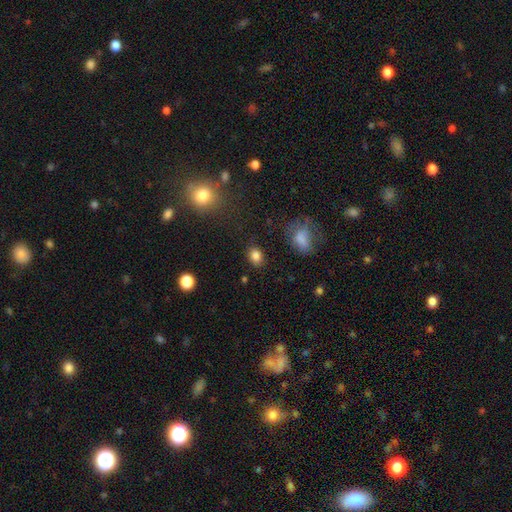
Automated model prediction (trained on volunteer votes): smooth-or-featured: smooth: 84% | star or artifact: 11% | featured or disk: 5%
  how-rounded: in between: 59% | round: 39% | cigar-shaped: 1%
  merging: none: 83% | minor disturbance: 11% | major disturbance: 3% | merger: 2%